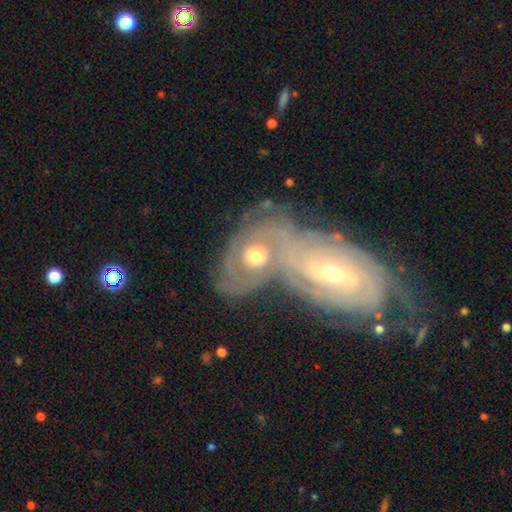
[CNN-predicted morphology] type=featured or disk (76%); edge-on=no (96%); bar=no (75%); spiral arms=yes (84%); winding=tight (67%); arm count=can't tell (38%); bulge=moderate (64%); merging=merger (65%).